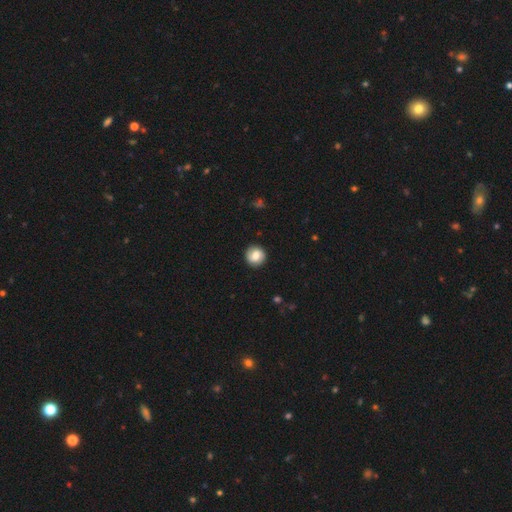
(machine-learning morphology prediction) smooth-or-featured: smooth: 69% | featured or disk: 23% | star or artifact: 8%
  how-rounded: round: 93% | in between: 6% | cigar-shaped: 1%
  merging: none: 90% | minor disturbance: 7% | major disturbance: 2% | merger: 1%